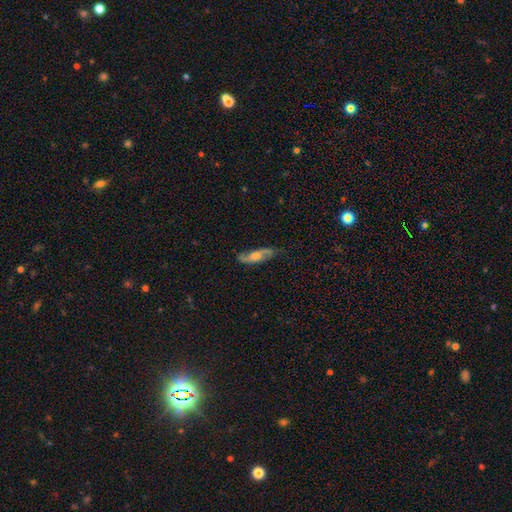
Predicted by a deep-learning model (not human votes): smooth_or_featured: featured or disk (p=0.66) [alt: smooth p=0.26]
disk_edge_on: no (p=0.75) [alt: yes p=0.25]
merging: none (p=0.77) [alt: minor disturbance p=0.17]